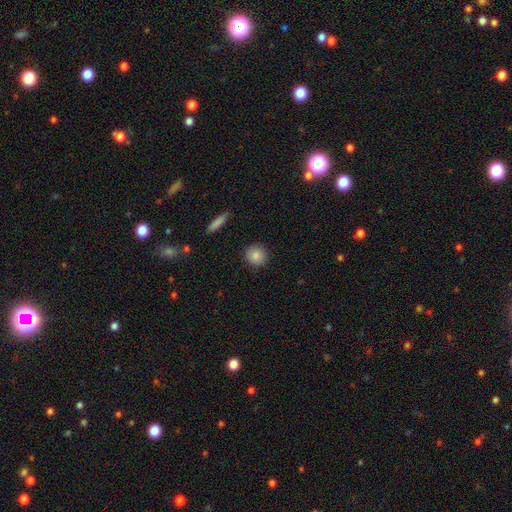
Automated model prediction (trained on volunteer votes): Smooth or featured? Predicted: smooth (p=0.85). How rounded? Predicted: round (p=0.90). Merging? Predicted: none (p=0.91).